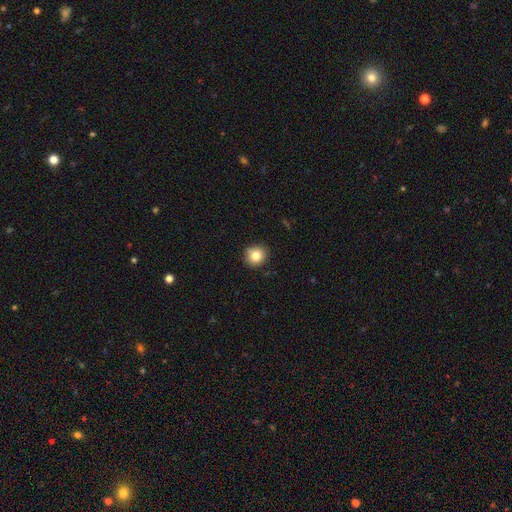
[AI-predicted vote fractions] Morphology: type=smooth (81%); roundness=round (89%); merging=none (84%).